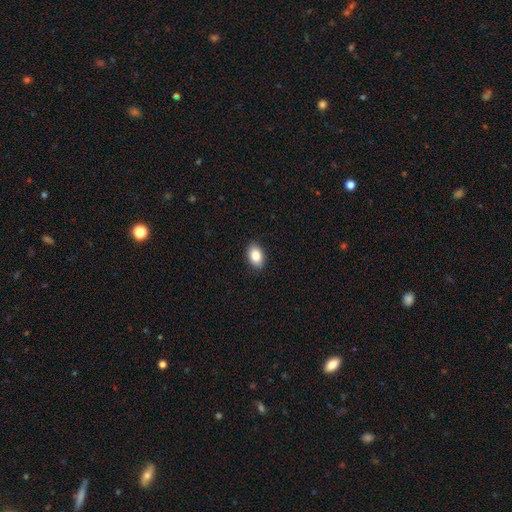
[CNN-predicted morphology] type=smooth (85%); roundness=in between (86%); merging=none (89%).